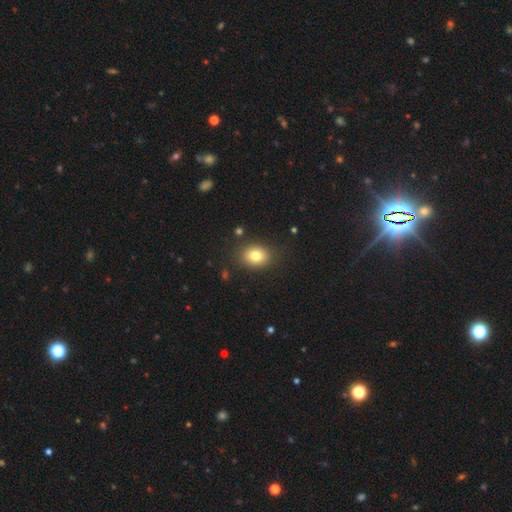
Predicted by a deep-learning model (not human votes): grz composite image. It shows a smooth galaxy with no disk features (79%) that is in between round and cigar-shaped (51%). Merging: none (84%).